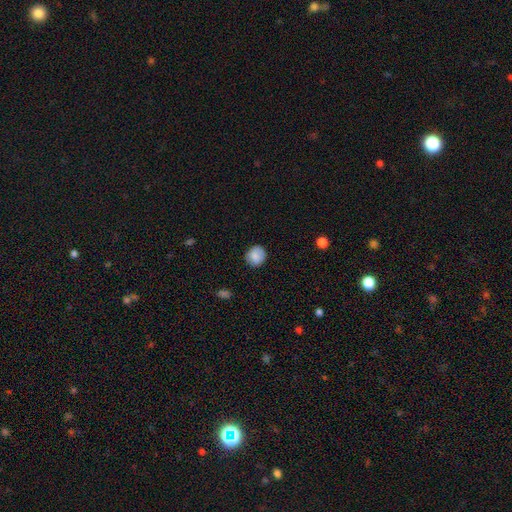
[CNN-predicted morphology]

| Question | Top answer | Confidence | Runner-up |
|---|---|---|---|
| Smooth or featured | smooth | 82% | featured or disk (10%) |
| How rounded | round | 81% | in between (18%) |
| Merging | none | 82% | minor disturbance (13%) |